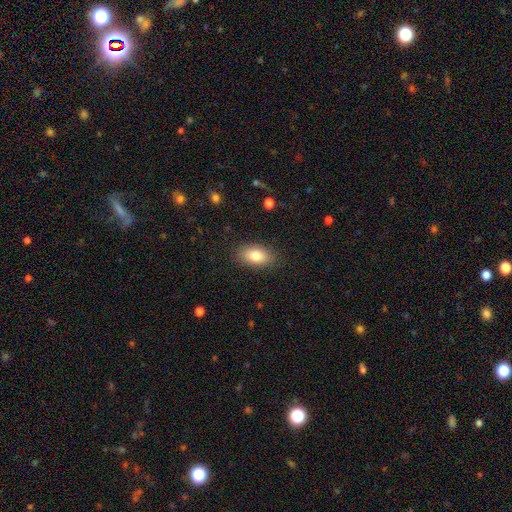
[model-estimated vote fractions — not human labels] The model was most divided on "smooth or featured": smooth: 81%, featured or disk: 12%, star or artifact: 8%. More confident: how rounded — in between (90%); merging — none (86%).